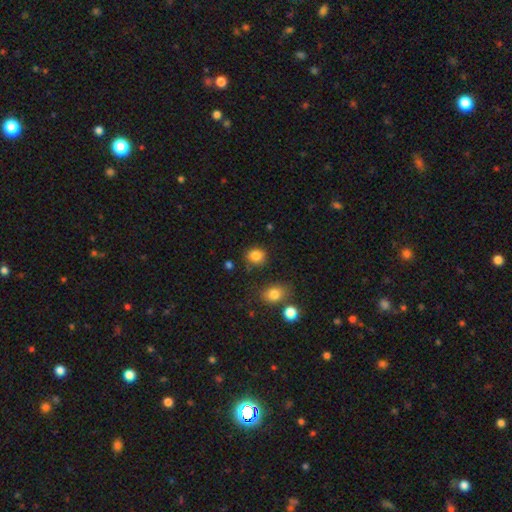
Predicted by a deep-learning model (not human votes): This appears to be a smooth galaxy with no disk features (84%) that is round (69%). Merging: none (81%).